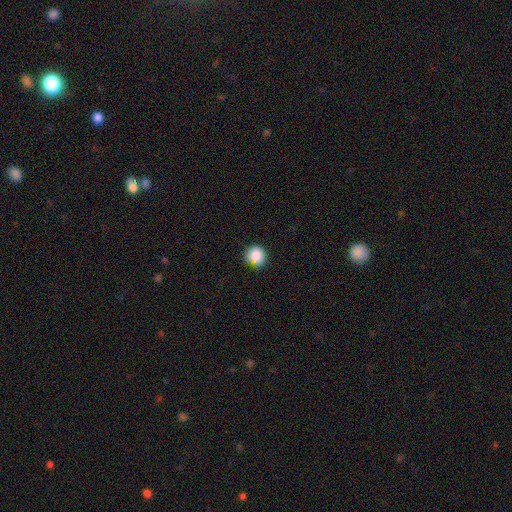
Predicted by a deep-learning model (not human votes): A smooth galaxy with no disk features (84%) that is round (87%). Merging: none (73%).